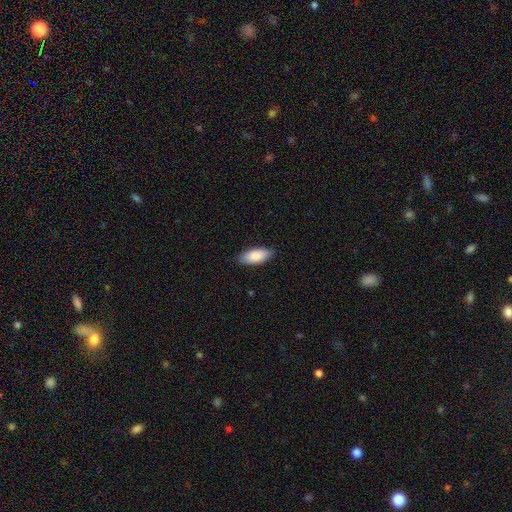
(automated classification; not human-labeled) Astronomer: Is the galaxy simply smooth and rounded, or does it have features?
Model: smooth — 87%.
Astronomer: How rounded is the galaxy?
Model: in between — 85%.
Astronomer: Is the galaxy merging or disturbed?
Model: none — 85%.